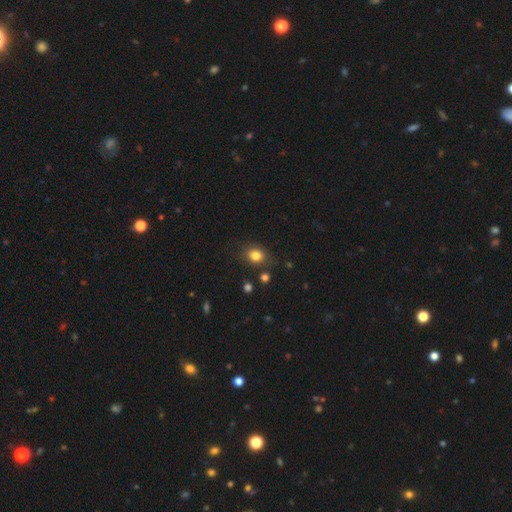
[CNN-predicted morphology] Smooth or featured: smooth — 82% (star or artifact — 12%)
How rounded: round — 53% (in between — 46%)
Merging: none — 79% (minor disturbance — 14%)